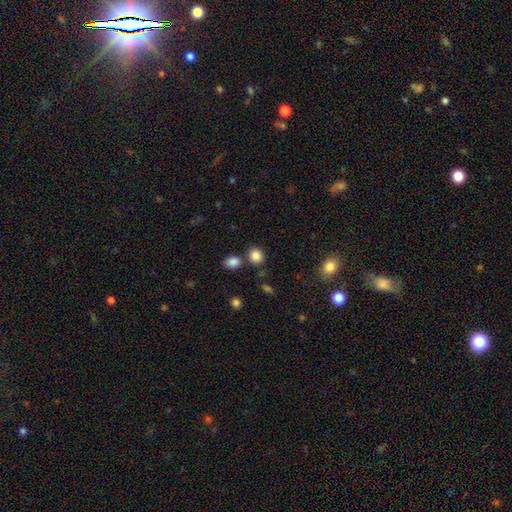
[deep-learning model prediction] This appears to be a smooth galaxy with no disk features (85%) that is round (69%). Merging: none (77%).